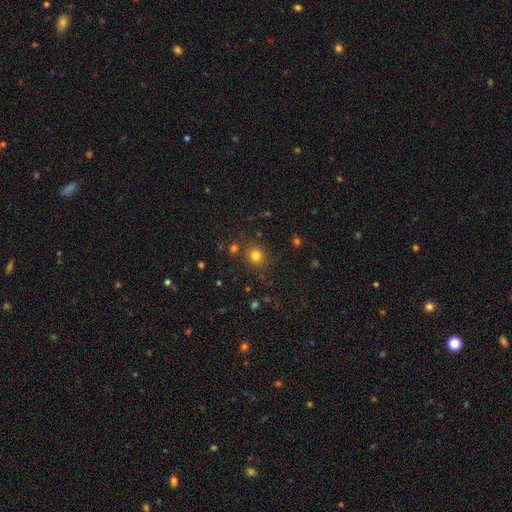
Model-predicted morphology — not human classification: Q: Smooth or featured?
A: smooth (78%); runner-up: star or artifact (16%)
Q: How rounded?
A: round (82%); runner-up: in between (17%)
Q: Merging?
A: none (82%); runner-up: minor disturbance (9%)